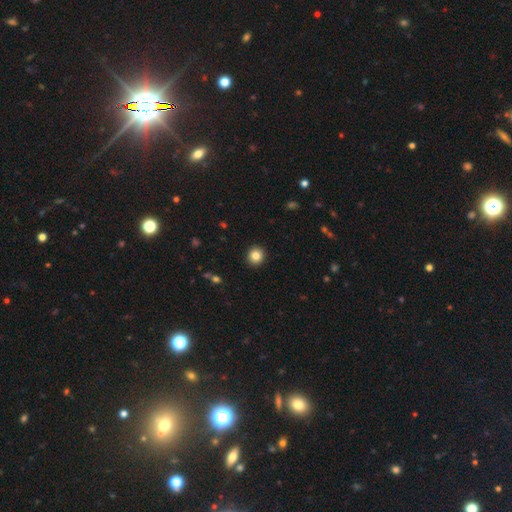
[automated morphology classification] Smooth or featured: smooth — 84% (star or artifact — 10%)
How rounded: round — 90% (in between — 9%)
Merging: none — 93% (minor disturbance — 5%)